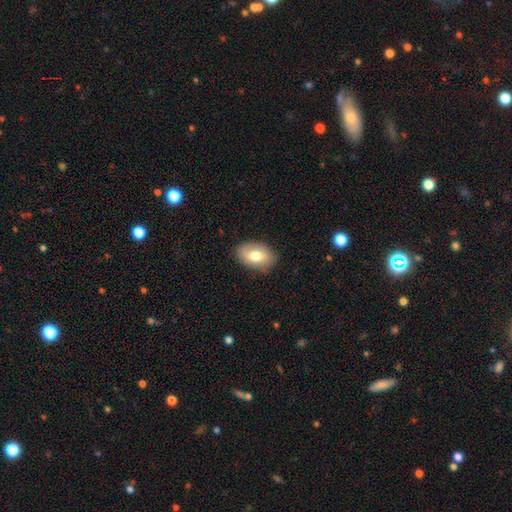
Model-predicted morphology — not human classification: Smooth or featured? smooth (75%)
How rounded? in between (89%)
Merging? none (85%)